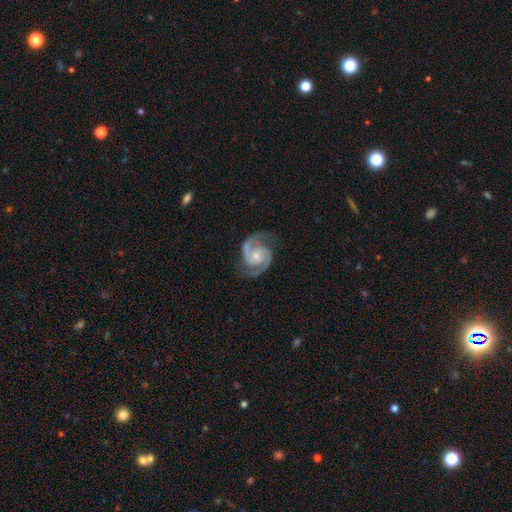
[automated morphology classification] A featured or disk galaxy (93%) with no bar (62%), 2 (94%) medium (57%) spiral arms (98%) and a small central bulge (50%).

Vote fractions:
- Smooth or featured? featured or disk: 93% / star or artifact: 4% / smooth: 3%
- Edge-on disk? no: 98% / yes: 2%
- Bar? no: 62% / weak: 30% / strong: 7%
- Spiral arms? yes: 98% / no: 2%
- Spiral winding? medium: 57% / tight: 34% / loose: 9%
- Spiral arm count? 2: 94% / 3: 2% / can't tell: 2% / 1: 1% / 4: 1% / more than 4: 1%
- Bulge size? small: 50% / moderate: 39% / none: 7% / large: 3% / dominant: 1%
- Merging? none: 80% / minor disturbance: 14% / major disturbance: 5% / merger: 1%